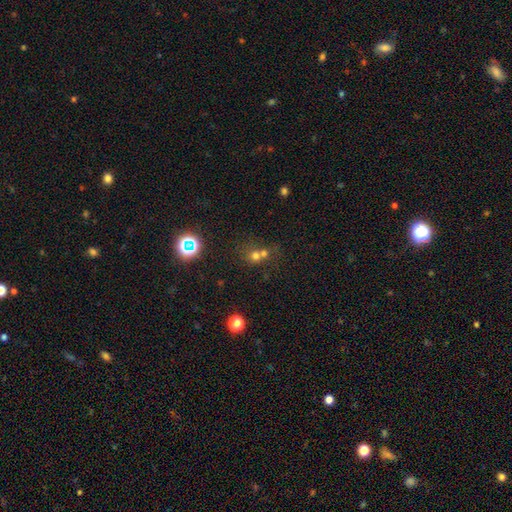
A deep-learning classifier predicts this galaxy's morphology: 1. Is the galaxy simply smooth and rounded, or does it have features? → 61% smooth, 26% star or artifact, 13% featured or disk.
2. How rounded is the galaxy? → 83% round, 16% in between, 1% cigar-shaped.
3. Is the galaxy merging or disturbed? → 52% merger, 38% none, 6% minor disturbance, 4% major disturbance.